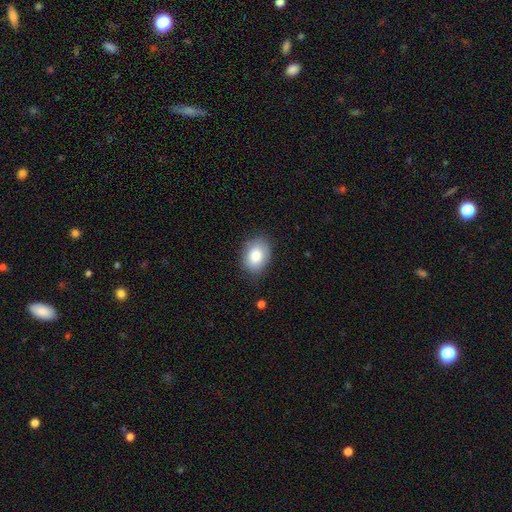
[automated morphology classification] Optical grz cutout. It shows a smooth galaxy with no disk features (84%) that is in between round and cigar-shaped (76%). Merging: none (80%).